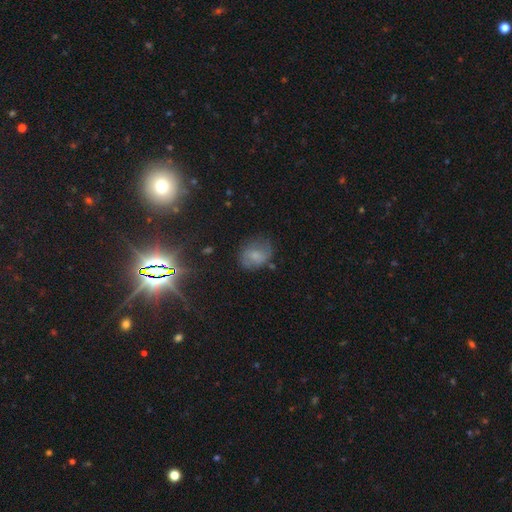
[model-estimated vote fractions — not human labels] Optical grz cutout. It shows a smooth galaxy with no disk features (57%) that is in between round and cigar-shaped (55%). Merging: none (66%).